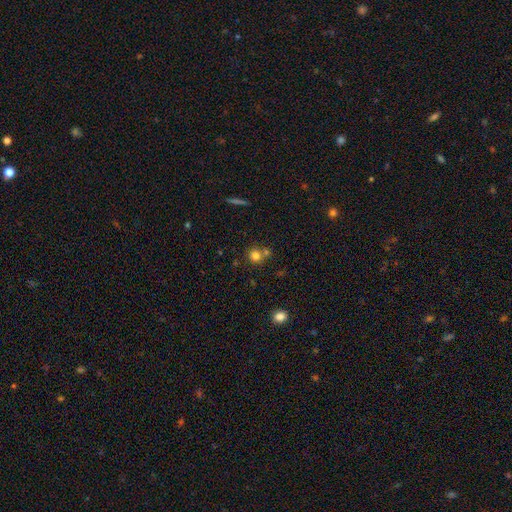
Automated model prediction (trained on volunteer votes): Smooth or featured?
  - smooth: 77% *
  - star or artifact: 14%
  - featured or disk: 9%
How rounded?
  - round: 90% *
  - in between: 9%
  - cigar-shaped: 1%
Merging?
  - none: 60% *
  - merger: 29%
  - minor disturbance: 8%
  - major disturbance: 3%